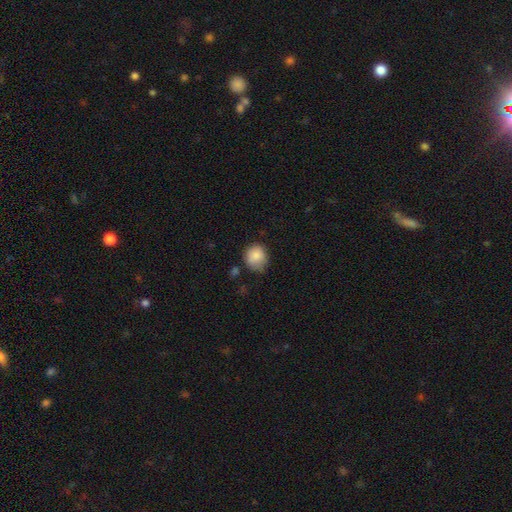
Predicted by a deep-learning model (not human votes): Q: Smooth or featured?
A: smooth (86%); runner-up: star or artifact (8%)
Q: How rounded?
A: round (79%); runner-up: in between (21%)
Q: Merging?
A: none (64%); runner-up: minor disturbance (26%)